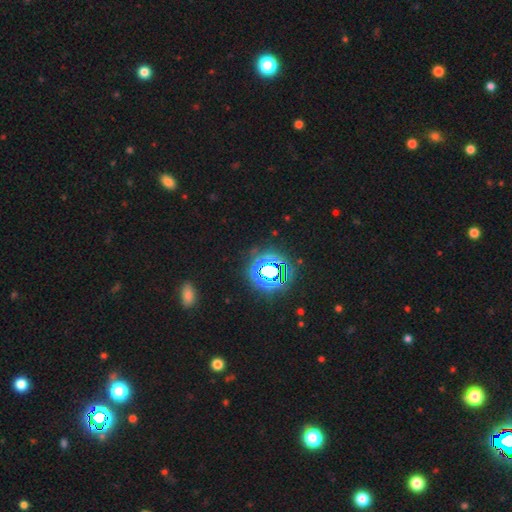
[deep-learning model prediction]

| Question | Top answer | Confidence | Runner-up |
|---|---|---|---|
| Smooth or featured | star or artifact | 76% | smooth (18%) |